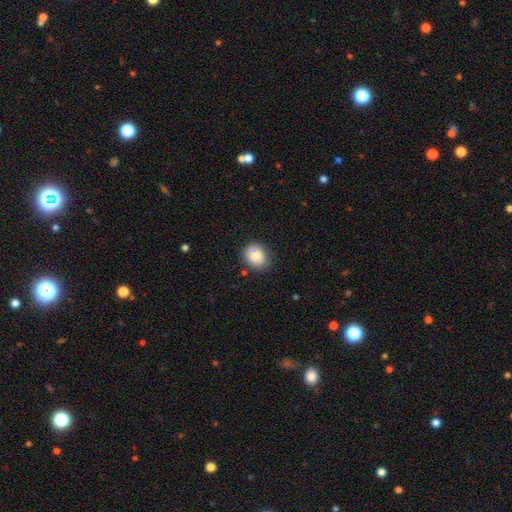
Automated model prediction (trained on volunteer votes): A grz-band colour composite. It shows a smooth galaxy with no disk features (83%) that is round (57%). Merging: none (83%).